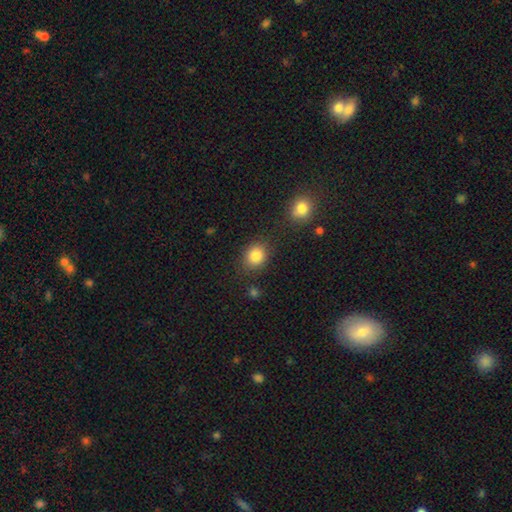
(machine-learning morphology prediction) Smooth or featured? smooth (85%)
How rounded? round (63%)
Merging? none (79%)